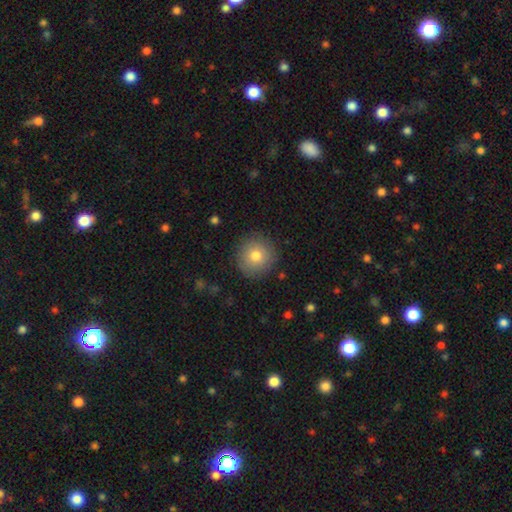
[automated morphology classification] Smooth or featured? smooth (78%)
How rounded? round (95%)
Merging? none (89%)